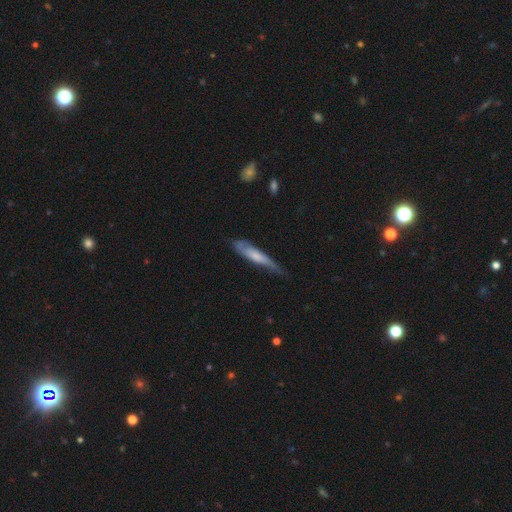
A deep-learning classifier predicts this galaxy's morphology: Q: Smooth or featured?
A: smooth (51%); runner-up: featured or disk (43%)
Q: How rounded?
A: cigar-shaped (83%); runner-up: in between (15%)
Q: Merging?
A: none (48%); runner-up: minor disturbance (36%)